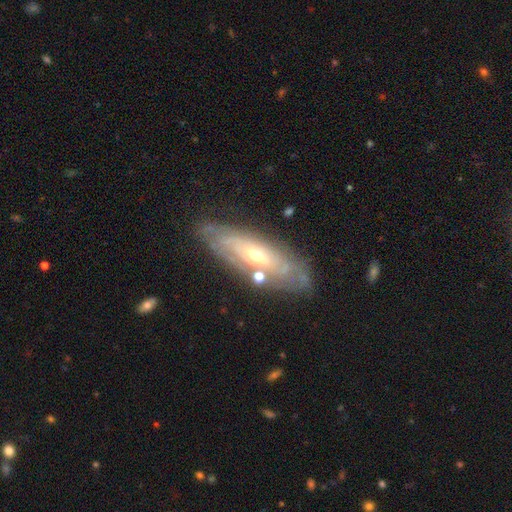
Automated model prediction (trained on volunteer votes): This appears to be a featured or disk galaxy (75%) with no bar (77%), spiral arms (66%) and a moderate central bulge (54%). Merging: none (75%).